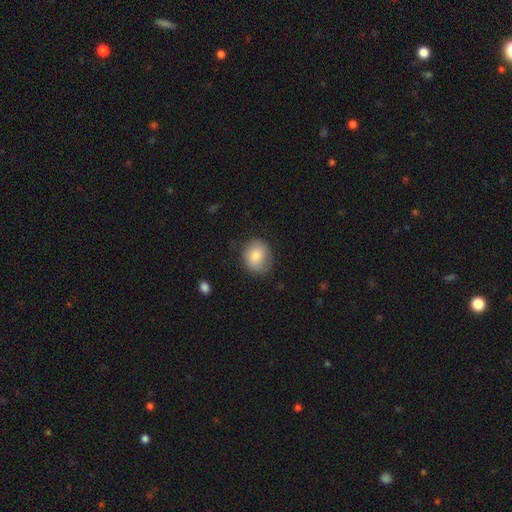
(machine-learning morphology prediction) The model was most divided on "how rounded": round: 66%, in between: 33%, cigar-shaped: 1%. More confident: smooth or featured — smooth (81%); merging — none (73%).